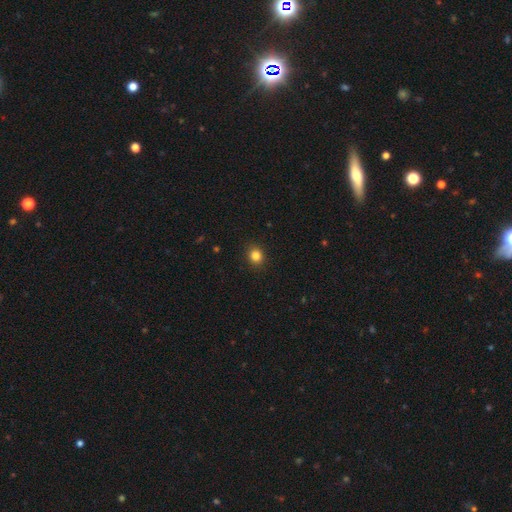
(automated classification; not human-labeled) Q: Smooth or featured?
A: smooth (84%); runner-up: star or artifact (12%)
Q: How rounded?
A: round (72%); runner-up: in between (27%)
Q: Merging?
A: none (91%); runner-up: minor disturbance (7%)